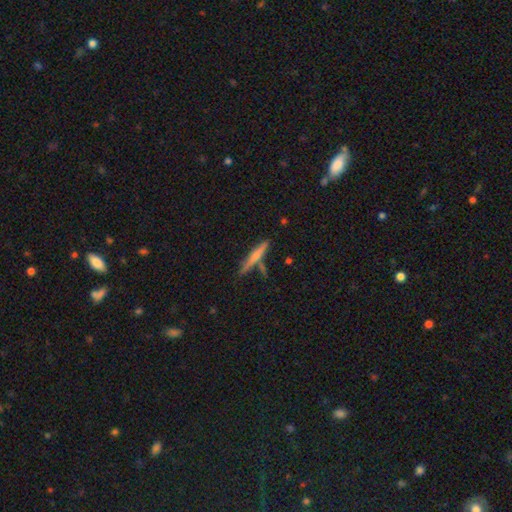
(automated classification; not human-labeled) Smooth or featured? Predicted: smooth (p=0.56). How rounded? Predicted: cigar-shaped (p=0.92). Merging? Predicted: none (p=0.71).